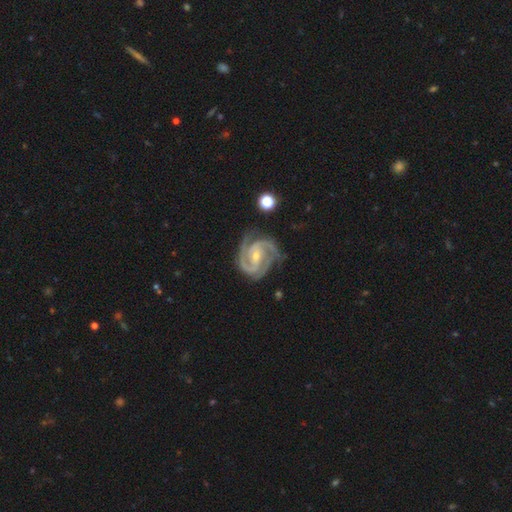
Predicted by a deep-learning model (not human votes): A featured or disk galaxy (93%) with a weak bar (40%), 2 (55%) tight (51%) spiral arms (99%) and a small central bulge (64%).

Vote fractions:
- Smooth or featured? featured or disk: 93% / star or artifact: 4% / smooth: 3%
- Edge-on disk? no: 98% / yes: 2%
- Bar? weak: 40% / strong: 31% / no: 29%
- Spiral arms? yes: 99% / no: 1%
- Spiral winding? tight: 51% / medium: 44% / loose: 5%
- Spiral arm count? 2: 55% / 3: 31% / can't tell: 4% / 4: 4% / 1: 3% / more than 4: 3%
- Bulge size? small: 64% / moderate: 33% / none: 1% / large: 1% / dominant: 1%
- Merging? none: 74% / minor disturbance: 18% / major disturbance: 6% / merger: 2%